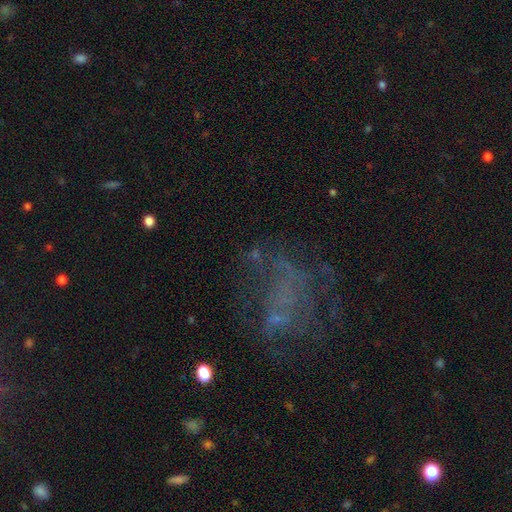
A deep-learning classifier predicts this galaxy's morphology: Smooth or featured? featured or disk (48%)
Merging? none (44%)